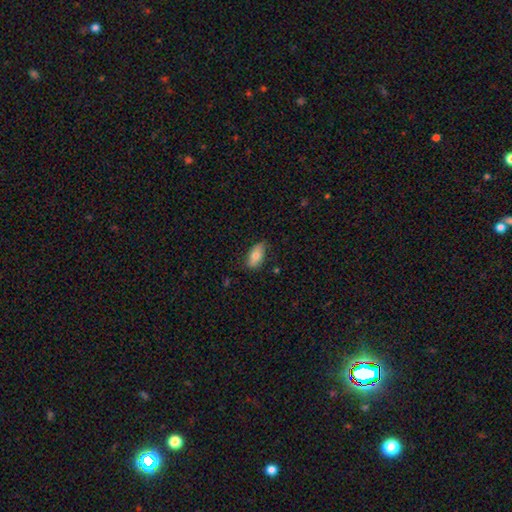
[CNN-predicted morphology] Overall: smooth (74%). How rounded: in between (90%). Merging: none (76%).